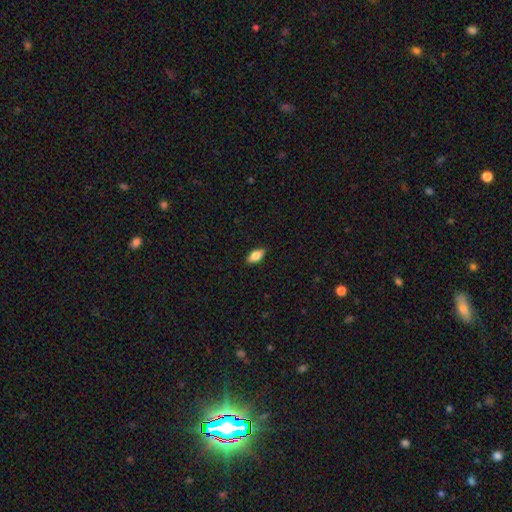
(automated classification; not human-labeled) This is likely a smooth galaxy (75%). How rounded: clearly in between (86%). Merging: clearly none (88%).